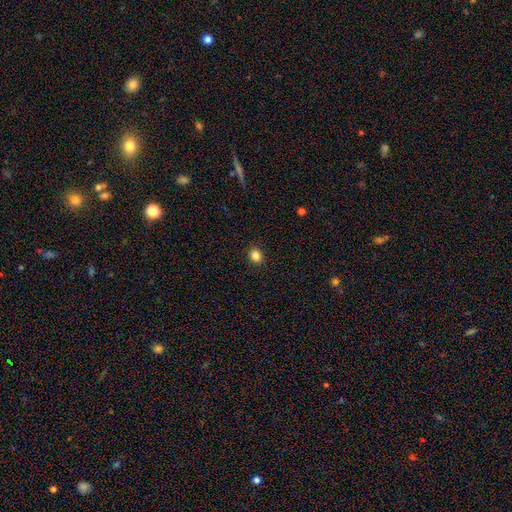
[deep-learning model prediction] A smooth galaxy with no disk features (85%) that is round (69%). Merging: none (91%).